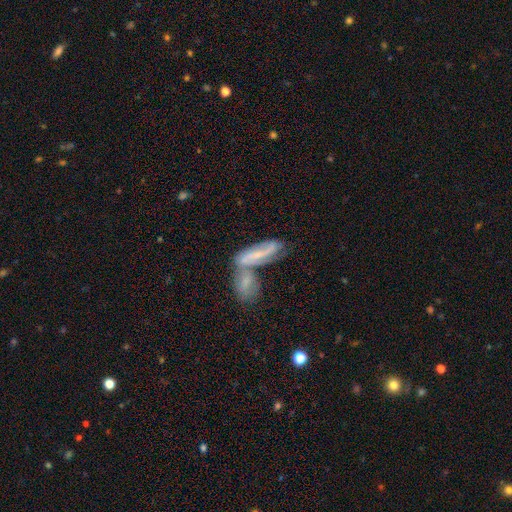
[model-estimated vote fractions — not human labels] A featured or disk galaxy (60%). Merging: merger (59%).